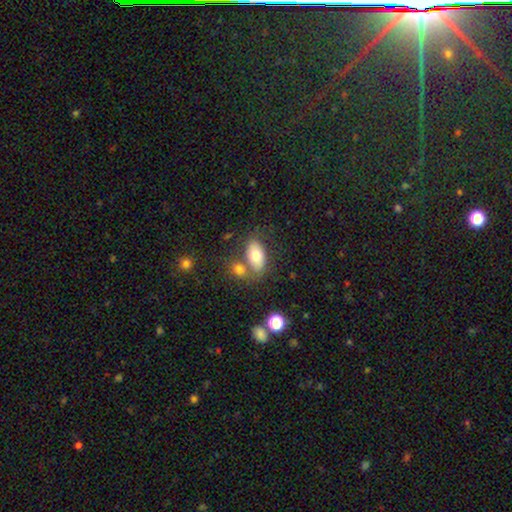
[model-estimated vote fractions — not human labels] Morphology: type=smooth (73%); roundness=in between (90%); merging=none (53%).